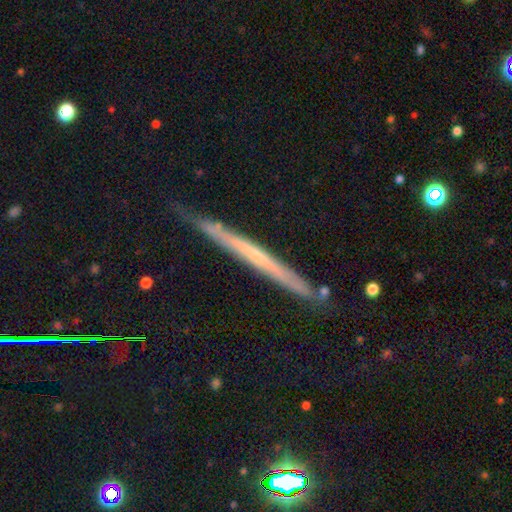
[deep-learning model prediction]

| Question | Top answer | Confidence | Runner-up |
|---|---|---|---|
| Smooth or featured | featured or disk | 65% | smooth (27%) |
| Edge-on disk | yes | 96% | no (4%) |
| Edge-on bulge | none | 76% | rounded (20%) |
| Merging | none | 80% | minor disturbance (16%) |